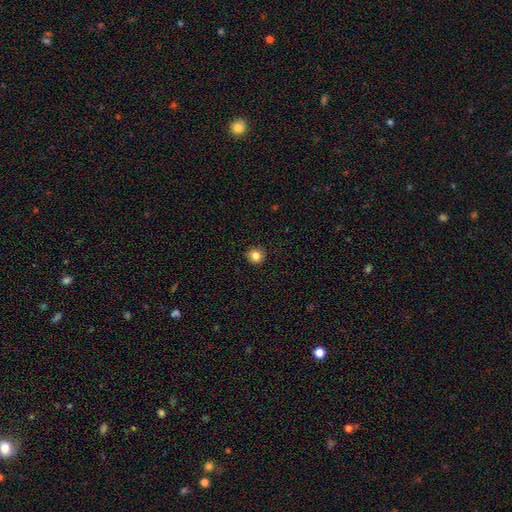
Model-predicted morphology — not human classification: smooth 84%, star or artifact 11%, featured or disk 5%. Down the decision tree: how rounded — round (94%); merging — none (93%).